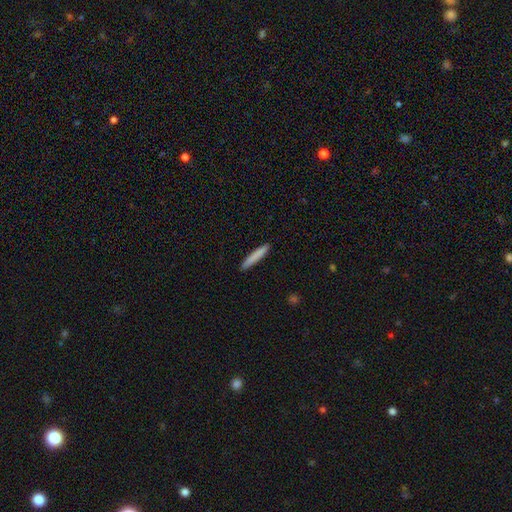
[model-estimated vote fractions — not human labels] Q: Smooth or featured?
A: smooth (81%); runner-up: featured or disk (13%)
Q: How rounded?
A: cigar-shaped (95%); runner-up: in between (4%)
Q: Merging?
A: none (91%); runner-up: minor disturbance (7%)